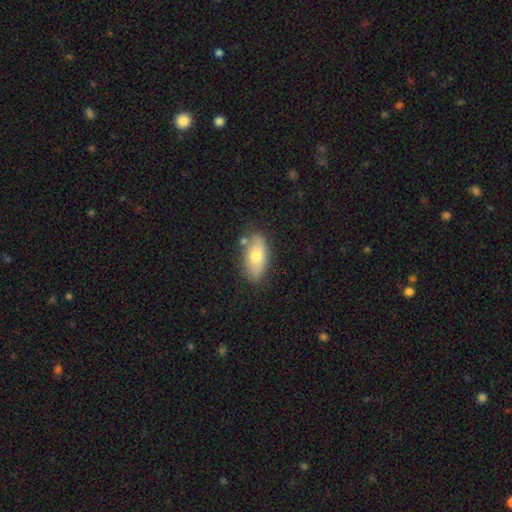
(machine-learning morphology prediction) Smooth or featured? smooth (70%)
How rounded? in between (87%)
Merging? none (76%)